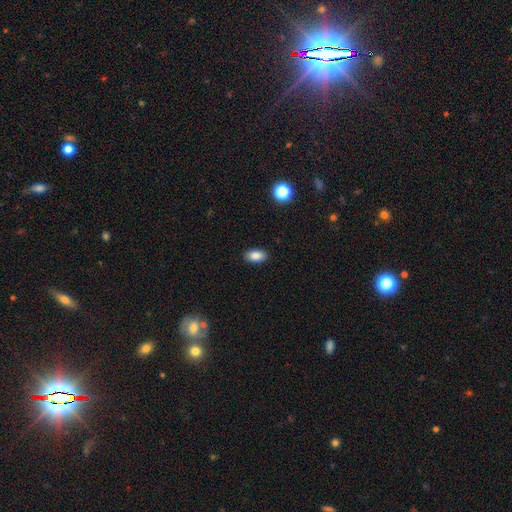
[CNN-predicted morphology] The model was most divided on "smooth or featured": smooth: 86%, star or artifact: 8%, featured or disk: 5%. More confident: how rounded — in between (92%); merging — none (89%).